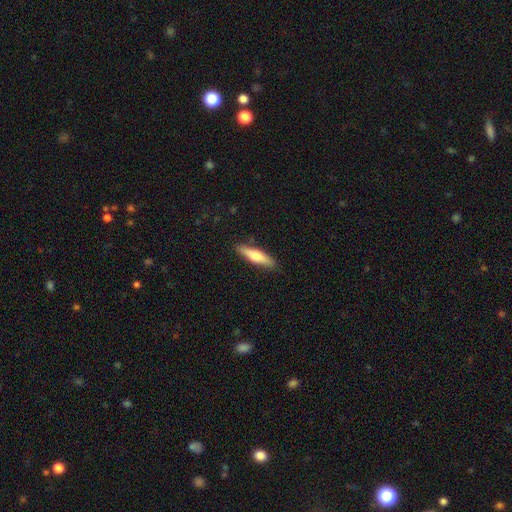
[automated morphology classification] Smooth or featured: smooth — 59% (featured or disk — 36%)
How rounded: cigar-shaped — 78% (in between — 20%)
Merging: none — 89% (minor disturbance — 8%)